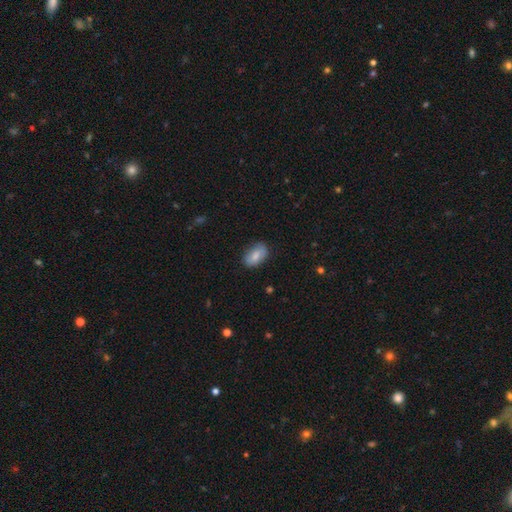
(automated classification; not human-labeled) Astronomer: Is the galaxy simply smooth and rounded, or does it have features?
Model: smooth — 79%.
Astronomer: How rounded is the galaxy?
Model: in between — 90%.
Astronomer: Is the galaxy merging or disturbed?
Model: none — 80%.